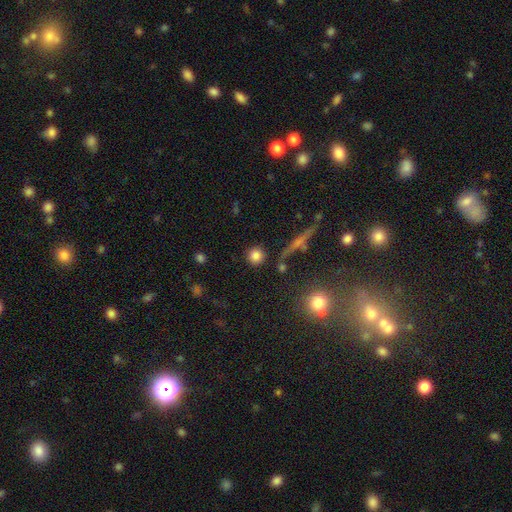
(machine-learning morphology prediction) smooth 81%, star or artifact 11%, featured or disk 8%. Down the decision tree: how rounded — round (92%); merging — none (85%).